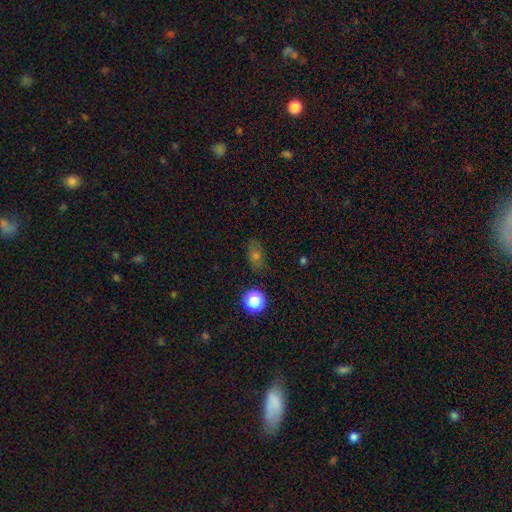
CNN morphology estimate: smooth_or_featured: smooth (p=0.62) [alt: star or artifact p=0.25]
how_rounded: in between (p=0.66) [alt: round p=0.30]
merging: none (p=0.81) [alt: minor disturbance p=0.13]